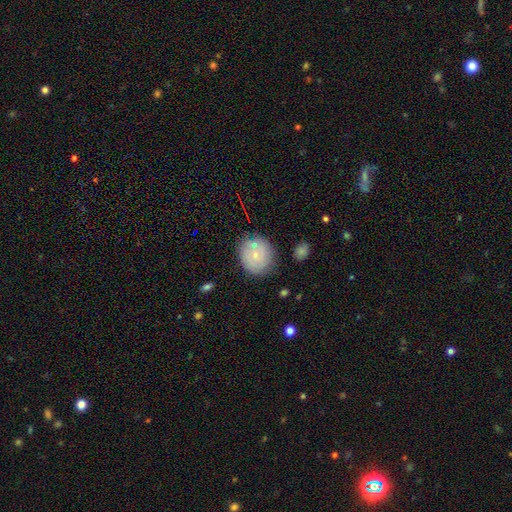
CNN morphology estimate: A smooth galaxy with no disk features (63%) that is round (78%). Merging: none (70%).